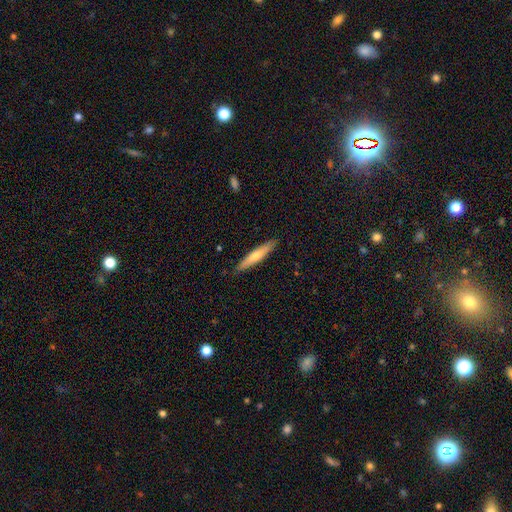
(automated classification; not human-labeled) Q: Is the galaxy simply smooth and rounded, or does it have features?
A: smooth — 59%.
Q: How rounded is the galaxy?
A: cigar-shaped — 89%.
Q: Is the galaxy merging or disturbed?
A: none — 89%.